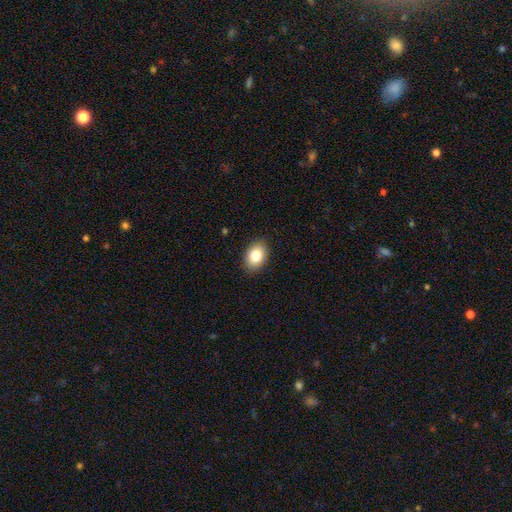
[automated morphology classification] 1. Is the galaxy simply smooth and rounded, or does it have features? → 84% smooth, 9% featured or disk, 8% star or artifact.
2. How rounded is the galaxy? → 82% in between, 17% round, 1% cigar-shaped.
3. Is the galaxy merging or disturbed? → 88% none, 9% minor disturbance, 2% major disturbance, 1% merger.